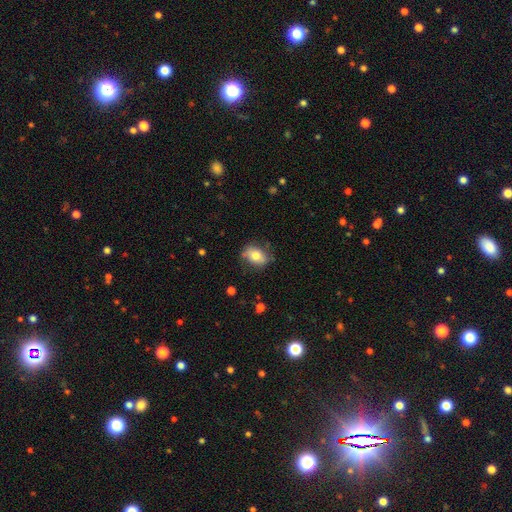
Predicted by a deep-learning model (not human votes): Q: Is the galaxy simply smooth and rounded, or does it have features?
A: smooth — 71%.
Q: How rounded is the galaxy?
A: in between — 73%.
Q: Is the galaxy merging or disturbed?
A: none — 71%.